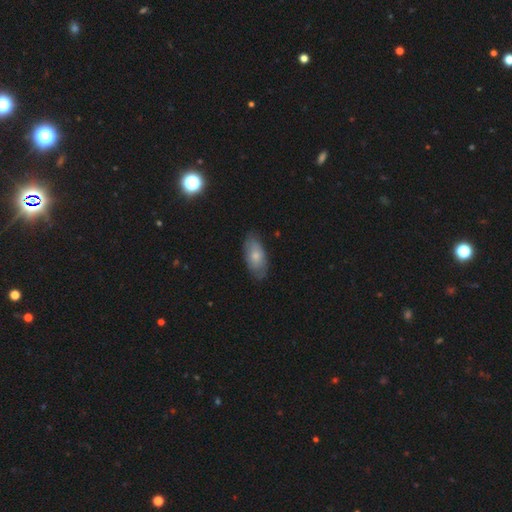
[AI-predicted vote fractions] smooth-or-featured: smooth: 66% | featured or disk: 28% | star or artifact: 6%
  how-rounded: in between: 91% | cigar-shaped: 7% | round: 3%
  merging: none: 77% | minor disturbance: 18% | major disturbance: 4% | merger: 1%